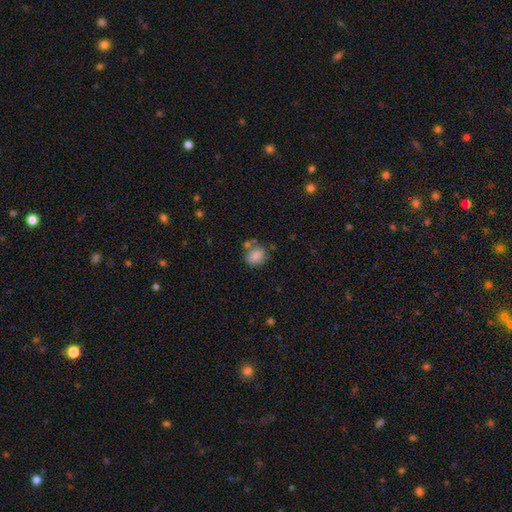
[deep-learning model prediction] A smooth galaxy with no disk features (82%) that is in between round and cigar-shaped (51%).

Vote fractions:
- Smooth or featured? smooth: 82% / star or artifact: 9% / featured or disk: 8%
- How rounded? in between: 51% / round: 48% / cigar-shaped: 1%
- Merging? none: 61% / minor disturbance: 18% / merger: 16% / major disturbance: 6%